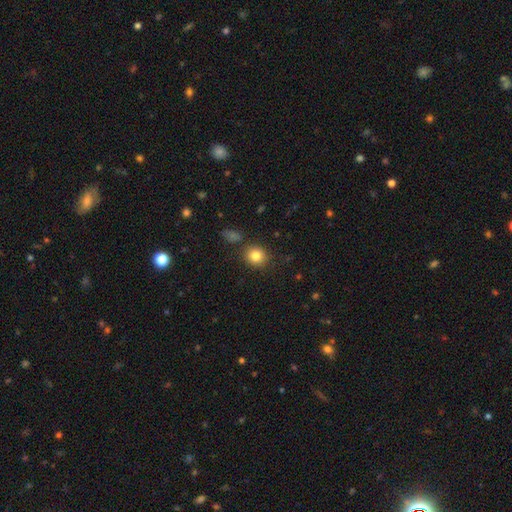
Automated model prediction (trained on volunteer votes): smooth-or-featured: smooth: 83% | star or artifact: 11% | featured or disk: 6%
  how-rounded: round: 79% | in between: 20% | cigar-shaped: 1%
  merging: none: 84% | minor disturbance: 9% | merger: 4% | major disturbance: 3%